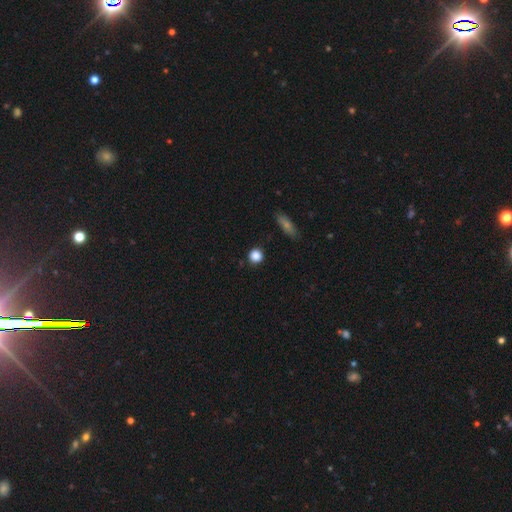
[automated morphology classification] type=smooth (86%); roundness=round (91%); merging=none (89%).